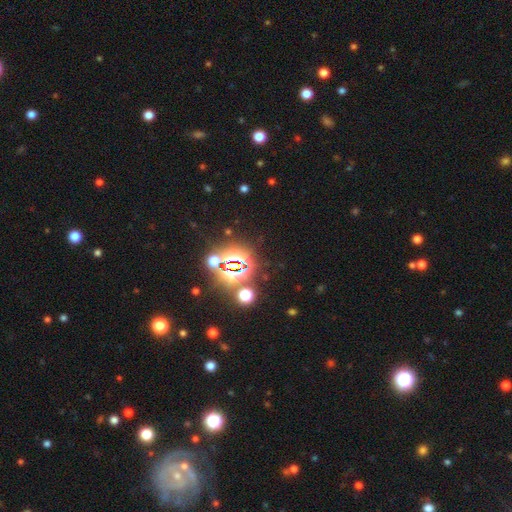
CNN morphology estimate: Smooth or featured? Predicted: star or artifact (p=0.83).